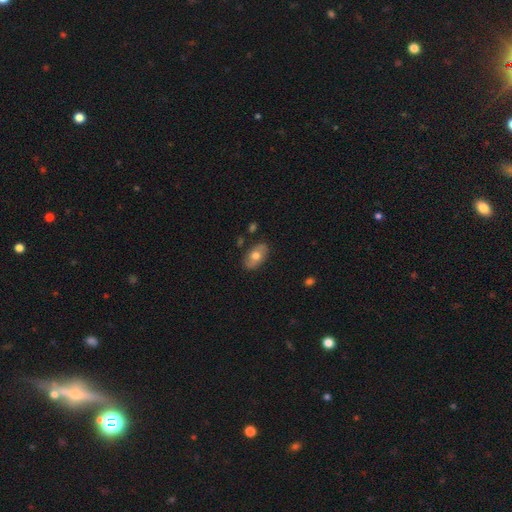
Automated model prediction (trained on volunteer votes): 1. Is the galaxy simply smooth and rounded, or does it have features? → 62% smooth, 31% featured or disk, 7% star or artifact.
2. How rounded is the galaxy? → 91% in between, 7% round, 2% cigar-shaped.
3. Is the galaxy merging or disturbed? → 83% none, 13% minor disturbance, 3% major disturbance, 2% merger.